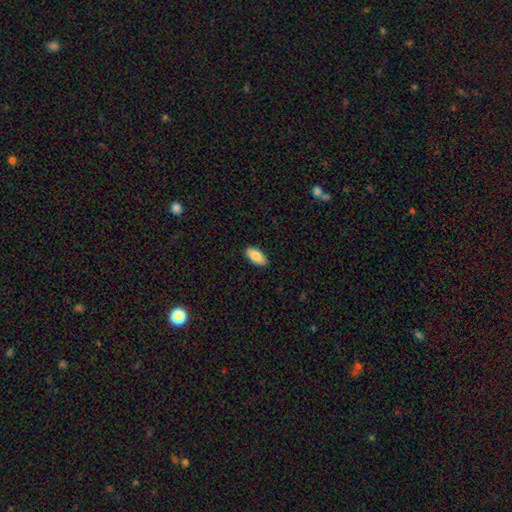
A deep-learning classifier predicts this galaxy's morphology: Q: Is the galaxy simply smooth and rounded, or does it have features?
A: smooth — 86%.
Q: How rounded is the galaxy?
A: in between — 92%.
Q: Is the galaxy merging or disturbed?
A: none — 89%.